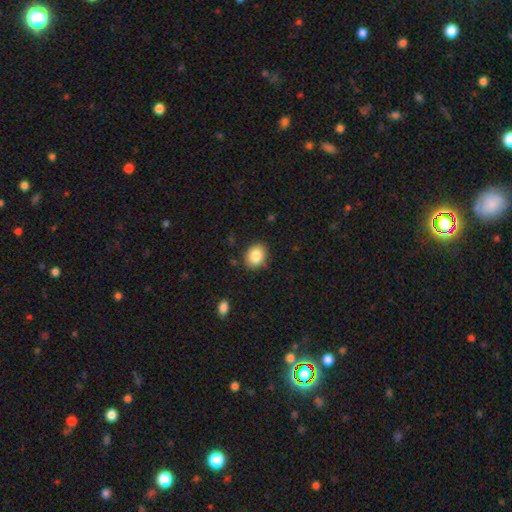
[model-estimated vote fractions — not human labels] smooth 85%, star or artifact 9%, featured or disk 7%. Down the decision tree: how rounded — round (51%); merging — none (84%).